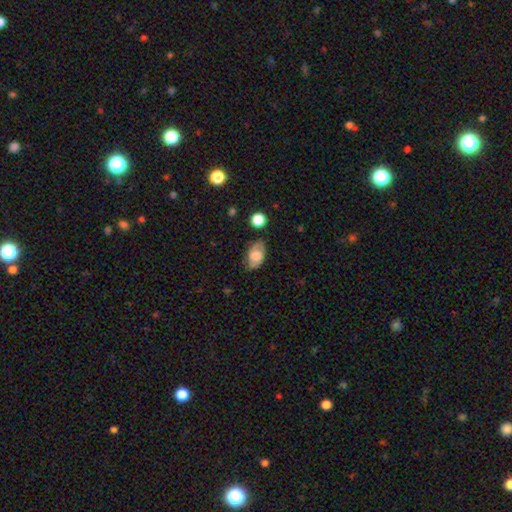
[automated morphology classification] smooth-or-featured: smooth: 58% | featured or disk: 34% | star or artifact: 8%
  how-rounded: in between: 90% | round: 8% | cigar-shaped: 2%
  merging: none: 74% | minor disturbance: 19% | major disturbance: 5% | merger: 2%